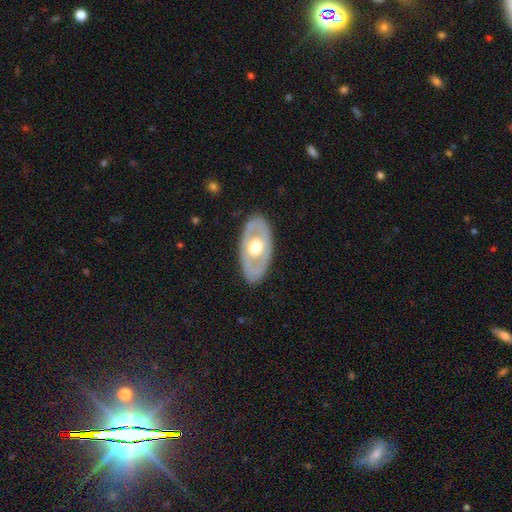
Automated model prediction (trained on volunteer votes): featured or disk 62%, smooth 22%, star or artifact 16%. Down the decision tree: edge-on disk — no (83%); bar — no (80%); spiral arms — no (64%); bulge size — moderate (68%); merging — none (83%).